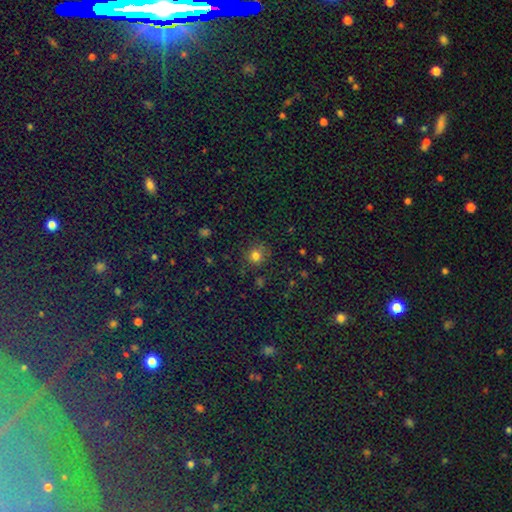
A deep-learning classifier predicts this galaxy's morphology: A smooth galaxy with no disk features (76%) that is round (88%).

Vote fractions:
- Smooth or featured? smooth: 76% / star or artifact: 19% / featured or disk: 6%
- How rounded? round: 88% / in between: 11% / cigar-shaped: 1%
- Merging? none: 80% / minor disturbance: 12% / major disturbance: 5% / merger: 3%